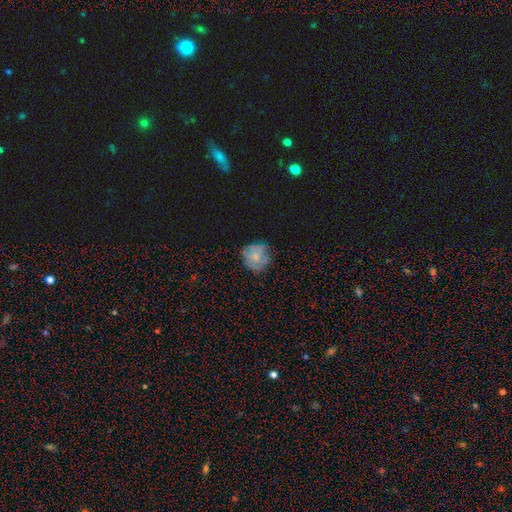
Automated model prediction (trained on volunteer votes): This is possibly a smooth galaxy (50%). Merging: likely none (72%).